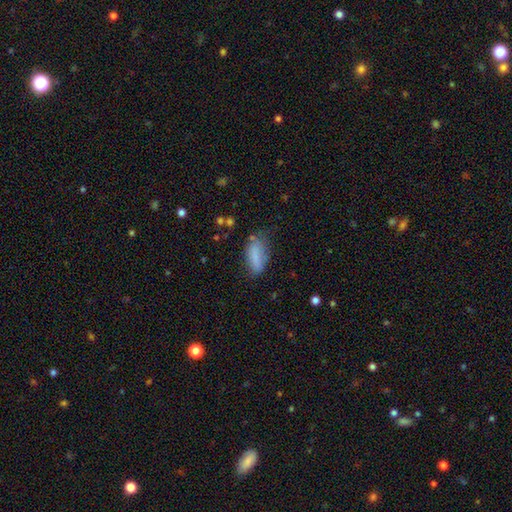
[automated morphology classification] Q: Smooth or featured?
A: smooth (78%); runner-up: featured or disk (13%)
Q: How rounded?
A: in between (80%); runner-up: cigar-shaped (18%)
Q: Merging?
A: none (54%); runner-up: minor disturbance (30%)